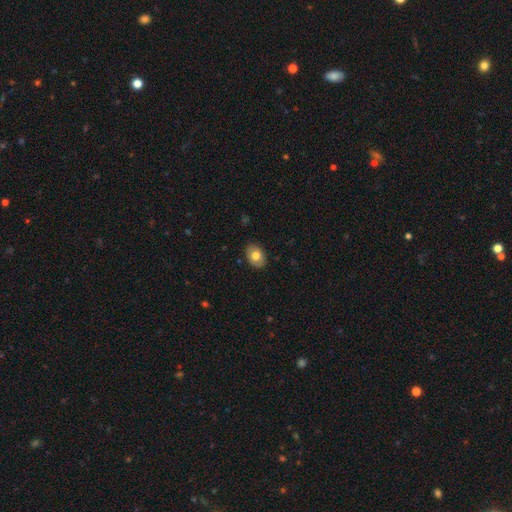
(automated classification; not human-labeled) This appears to be a smooth galaxy with no disk features (74%) that is in between round and cigar-shaped (72%). Merging: none (86%).